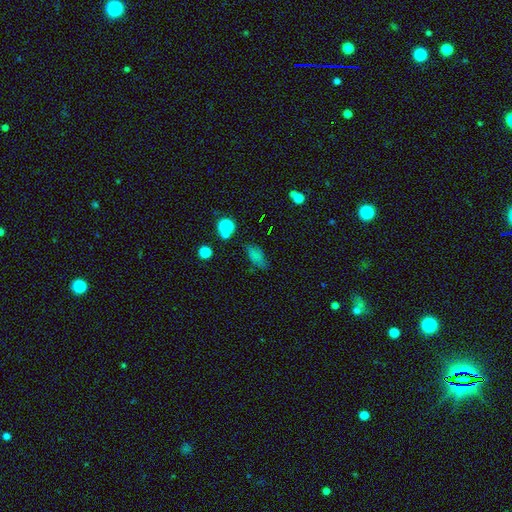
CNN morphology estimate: Smooth or featured? smooth (73%)
How rounded? in between (79%)
Merging? none (70%)